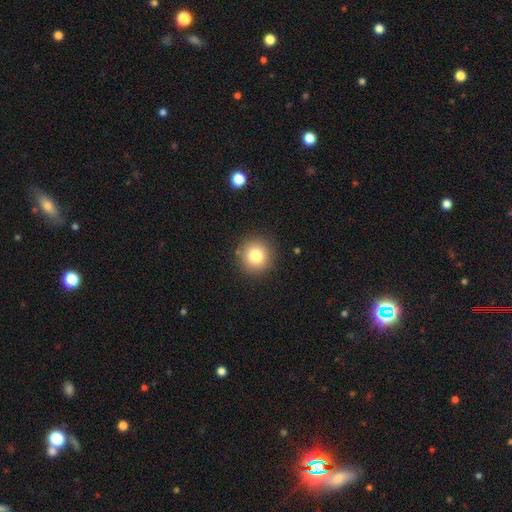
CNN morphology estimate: A smooth galaxy with no disk features (79%) that is round (93%). Merging: none (88%).